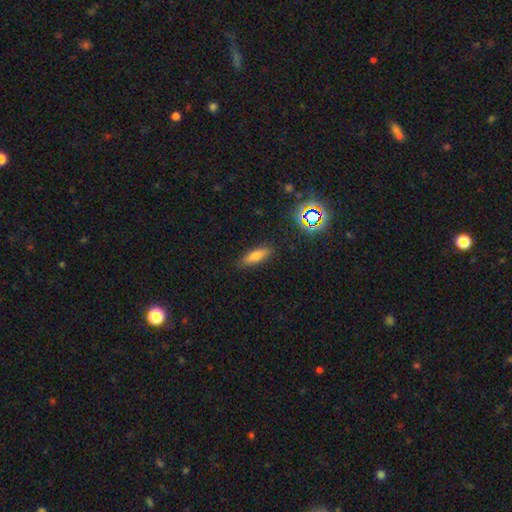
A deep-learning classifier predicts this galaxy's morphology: Smooth or featured?
  - smooth: 73% *
  - featured or disk: 15%
  - star or artifact: 12%
How rounded?
  - in between: 52% *
  - cigar-shaped: 45%
  - round: 3%
Merging?
  - none: 86% *
  - minor disturbance: 10%
  - major disturbance: 3%
  - merger: 1%